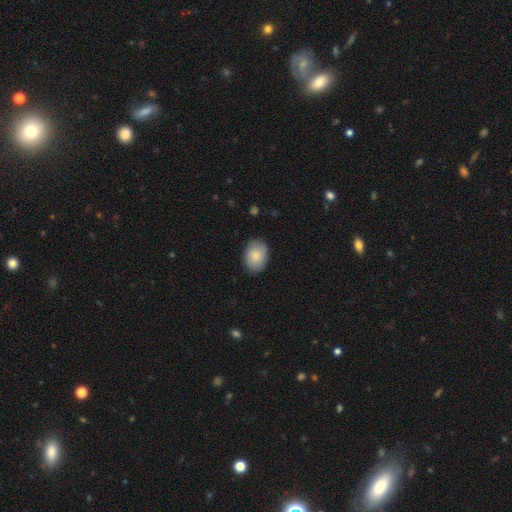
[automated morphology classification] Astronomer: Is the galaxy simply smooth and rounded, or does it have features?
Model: smooth — 85%.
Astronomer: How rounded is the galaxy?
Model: in between — 72%.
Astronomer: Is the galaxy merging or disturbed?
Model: none — 84%.